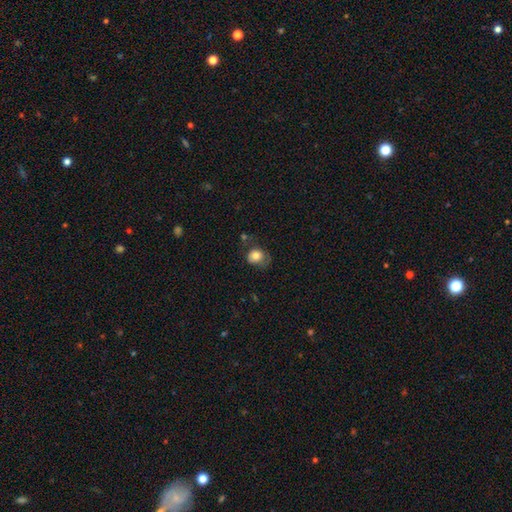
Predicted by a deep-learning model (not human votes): Smooth or featured?
  - smooth: 77% *
  - featured or disk: 14%
  - star or artifact: 9%
How rounded?
  - round: 62% *
  - in between: 37%
  - cigar-shaped: 1%
Merging?
  - none: 49% *
  - minor disturbance: 31%
  - major disturbance: 16%
  - merger: 4%